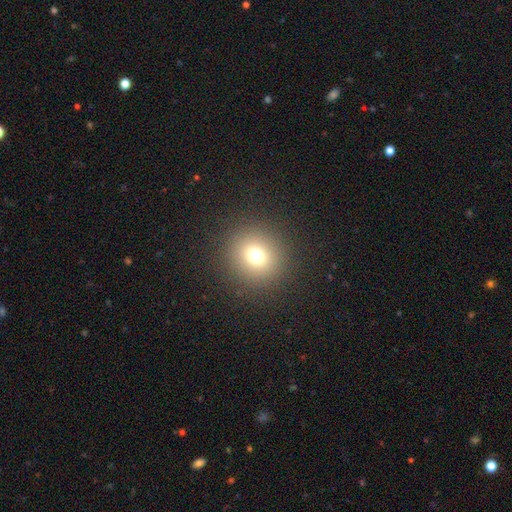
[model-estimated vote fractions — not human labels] This appears to be a smooth galaxy with no disk features (73%) that is round (92%). Merging: none (90%).